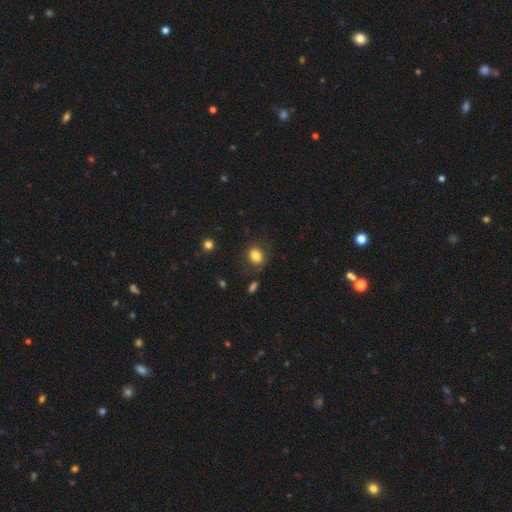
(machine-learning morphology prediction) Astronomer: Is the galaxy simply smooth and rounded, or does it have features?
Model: smooth — 81%.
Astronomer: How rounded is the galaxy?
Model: round — 51% (runner-up: in between, 47%).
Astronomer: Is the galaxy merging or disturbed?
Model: none — 76%.